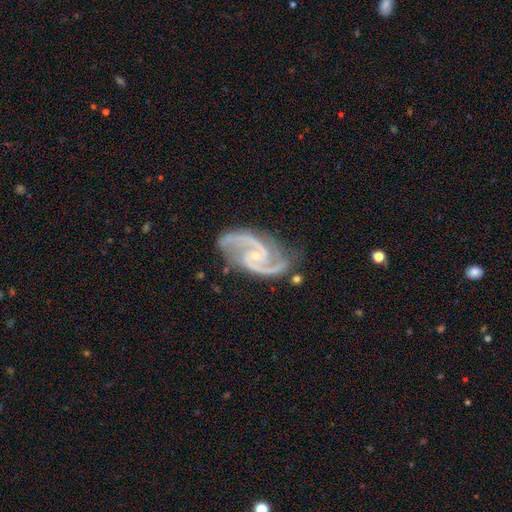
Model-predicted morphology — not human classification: Smooth or featured?
  - featured or disk: 94% *
  - star or artifact: 4%
  - smooth: 2%
Edge-on disk?
  - no: 98% *
  - yes: 2%
Bar?
  - no: 48% *
  - weak: 37%
  - strong: 15%
Spiral arms?
  - yes: 99% *
  - no: 1%
Spiral winding?
  - medium: 64% *
  - tight: 23%
  - loose: 13%
Spiral arm count?
  - 2: 92% *
  - 3: 3%
  - can't tell: 2%
  - 1: 1%
  - 4: 1%
  - more than 4: 1%
Bulge size?
  - small: 77% *
  - moderate: 18%
  - none: 3%
  - large: 1%
  - dominant: 1%
Merging?
  - none: 73% *
  - minor disturbance: 19%
  - major disturbance: 6%
  - merger: 2%